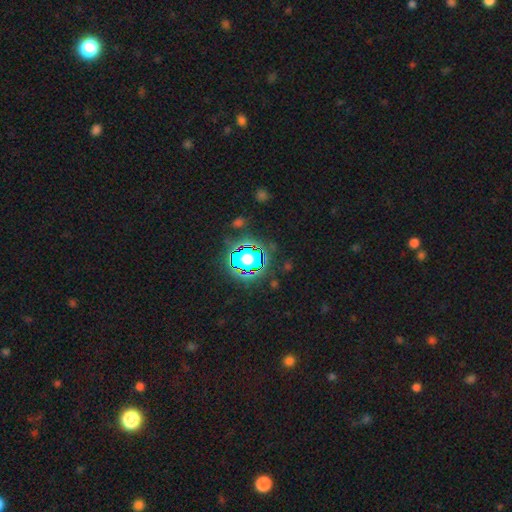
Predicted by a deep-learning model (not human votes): The model was most divided on "smooth or featured": star or artifact: 78%, smooth: 14%, featured or disk: 8%.